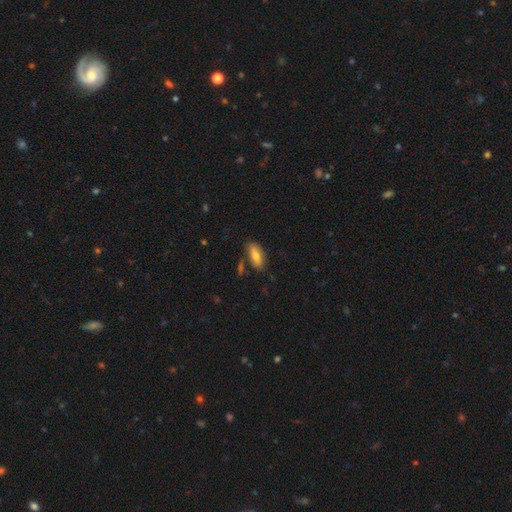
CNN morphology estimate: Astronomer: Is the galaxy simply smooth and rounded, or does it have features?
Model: smooth — 72%.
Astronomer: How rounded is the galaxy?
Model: in between — 74%.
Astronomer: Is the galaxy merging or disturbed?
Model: none — 77%.